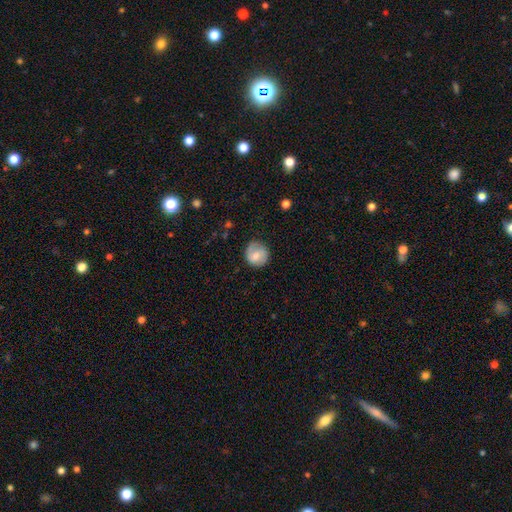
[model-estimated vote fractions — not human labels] Overall: smooth (56%; featured or disk 37%). How rounded: round (87%). Merging: none (76%).